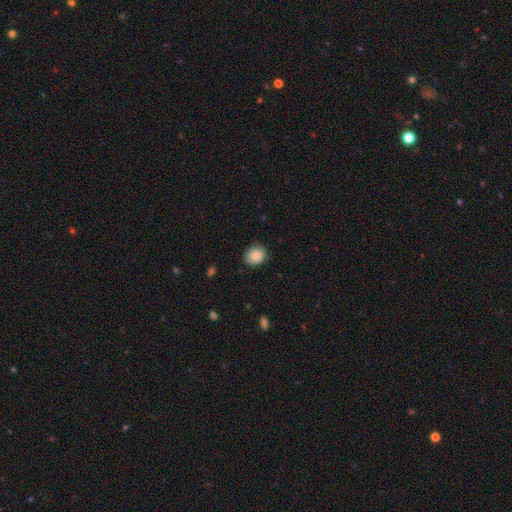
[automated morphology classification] Q: Smooth or featured?
A: smooth (86%); runner-up: star or artifact (8%)
Q: How rounded?
A: round (73%); runner-up: in between (26%)
Q: Merging?
A: none (85%); runner-up: minor disturbance (11%)